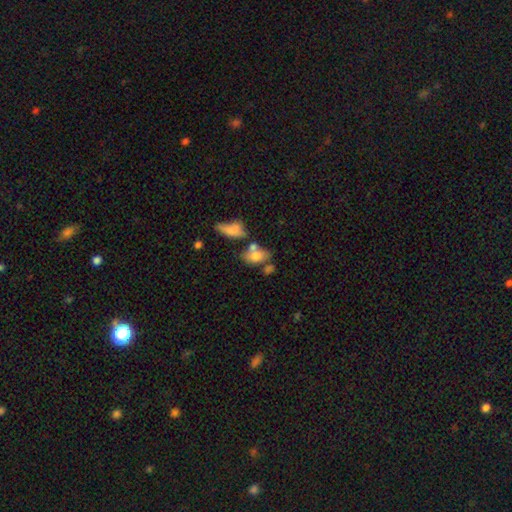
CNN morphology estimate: Overall: smooth (71%). How rounded: in between (82%). Merging: none (42%; merger 33%).